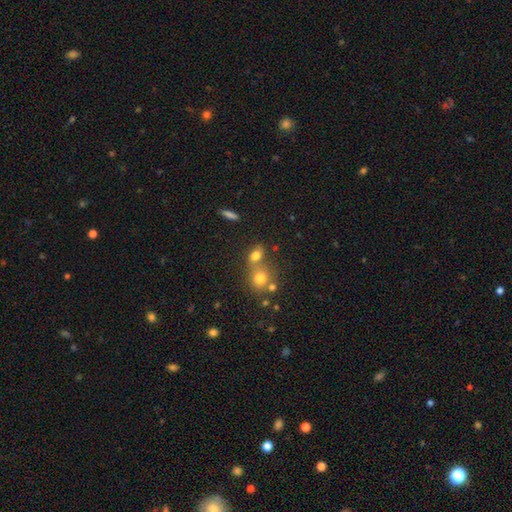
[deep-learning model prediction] This appears to be a smooth galaxy with no disk features (75%) that is in between round and cigar-shaped (52%). Merging: none (44%).